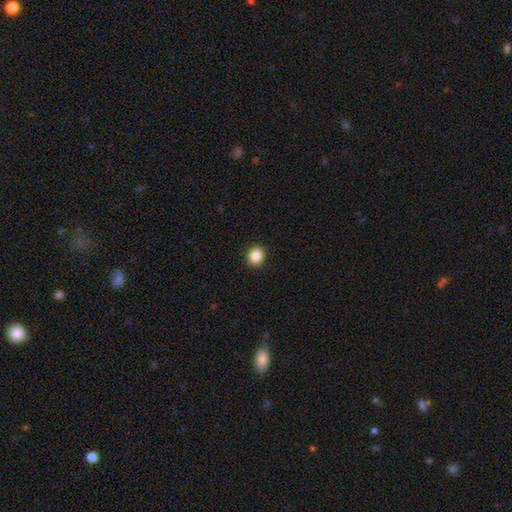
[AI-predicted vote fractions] Smooth or featured? smooth (86%)
How rounded? round (76%)
Merging? none (92%)